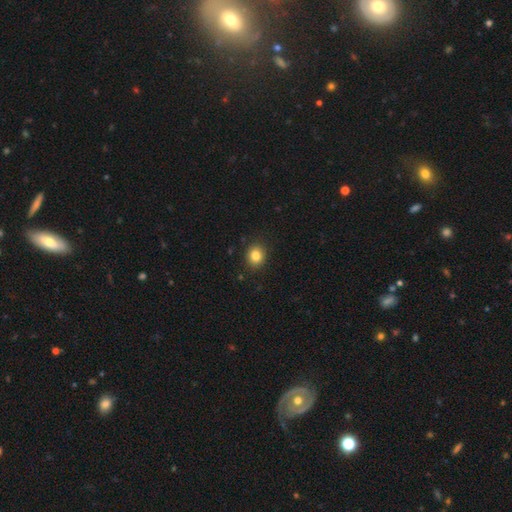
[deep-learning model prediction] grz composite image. It shows a smooth galaxy with no disk features (84%) that is round (71%). Merging: none (89%).